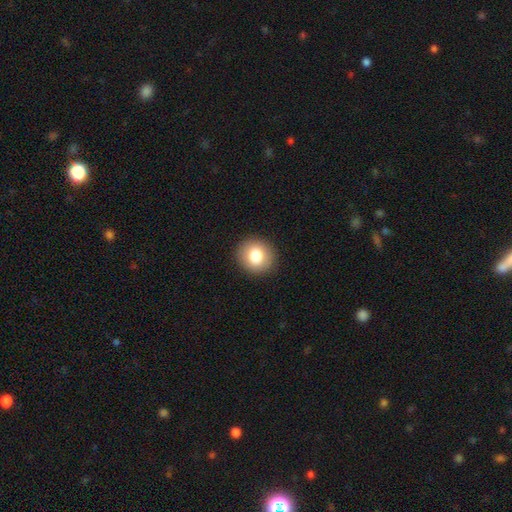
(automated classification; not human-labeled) smooth-or-featured: smooth: 80% | featured or disk: 11% | star or artifact: 9%
  how-rounded: round: 85% | in between: 14% | cigar-shaped: 1%
  merging: none: 92% | minor disturbance: 5% | major disturbance: 2% | merger: 1%